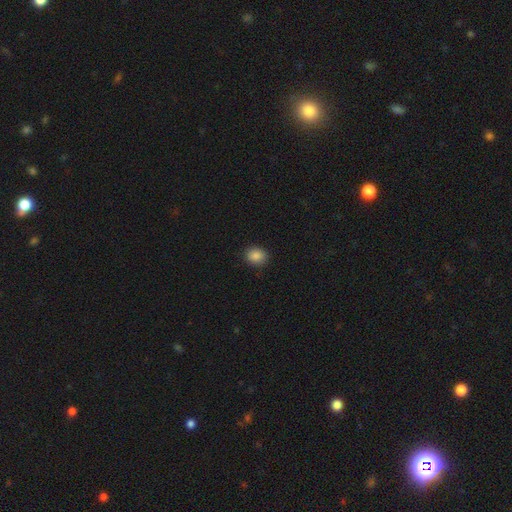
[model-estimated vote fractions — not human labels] Smooth or featured: smooth — 87% (star or artifact — 9%)
How rounded: round — 54% (in between — 45%)
Merging: none — 89% (minor disturbance — 8%)